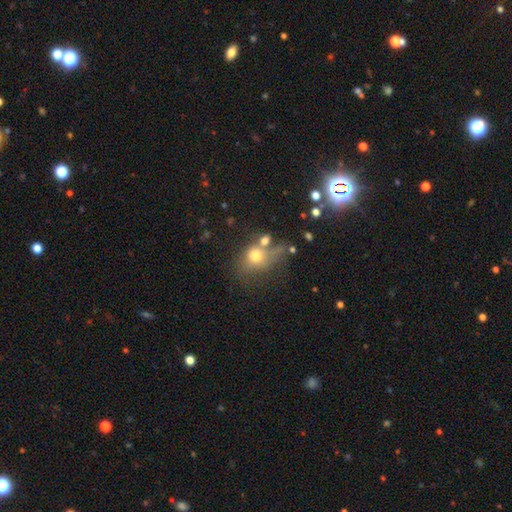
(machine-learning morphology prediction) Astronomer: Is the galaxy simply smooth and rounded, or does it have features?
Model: smooth — 69%.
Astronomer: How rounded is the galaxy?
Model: round — 57% (runner-up: in between, 40%).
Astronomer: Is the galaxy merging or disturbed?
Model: none — 36% (runner-up: merger, 28%).